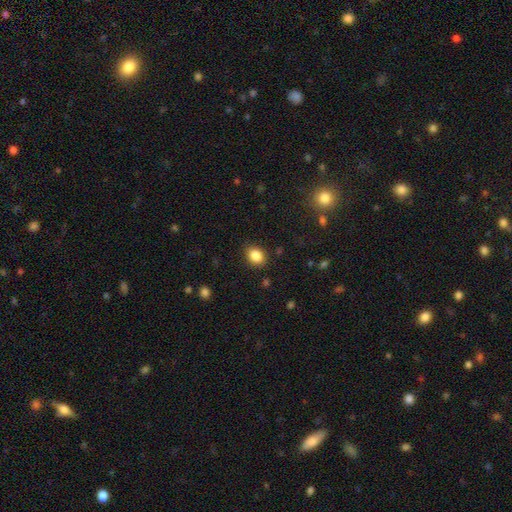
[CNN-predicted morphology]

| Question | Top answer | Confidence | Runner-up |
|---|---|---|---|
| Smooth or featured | smooth | 86% | star or artifact (9%) |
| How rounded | in between | 63% | round (36%) |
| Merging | none | 87% | minor disturbance (10%) |